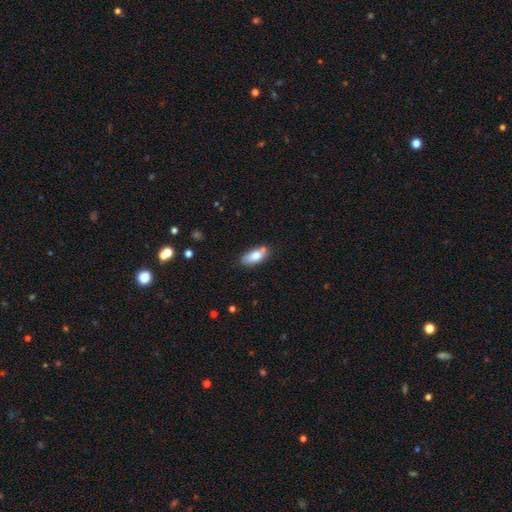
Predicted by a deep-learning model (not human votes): Smooth or featured?
  - smooth: 74% *
  - featured or disk: 19%
  - star or artifact: 7%
How rounded?
  - in between: 84% *
  - cigar-shaped: 13%
  - round: 3%
Merging?
  - none: 68% *
  - minor disturbance: 18%
  - merger: 10%
  - major disturbance: 4%